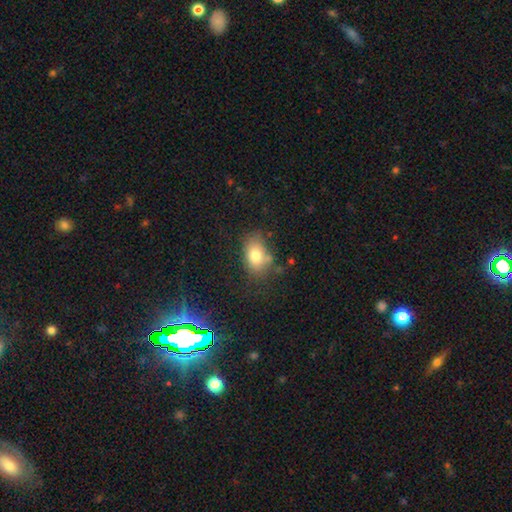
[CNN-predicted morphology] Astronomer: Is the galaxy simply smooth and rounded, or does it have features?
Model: smooth — 78%.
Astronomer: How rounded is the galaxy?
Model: in between — 82%.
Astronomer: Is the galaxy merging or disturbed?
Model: none — 63%.